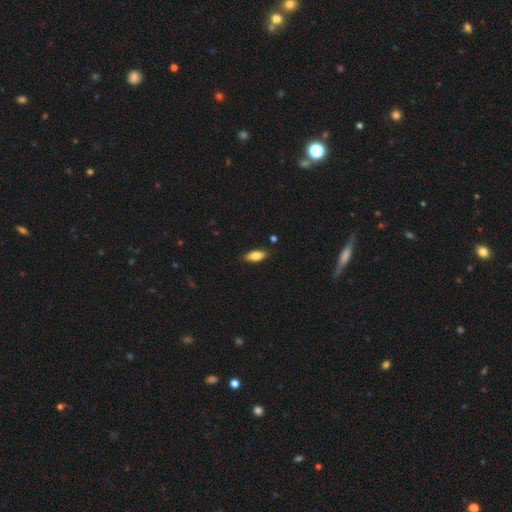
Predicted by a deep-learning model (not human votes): Overall: smooth (81%). How rounded: in between (76%). Merging: none (83%).